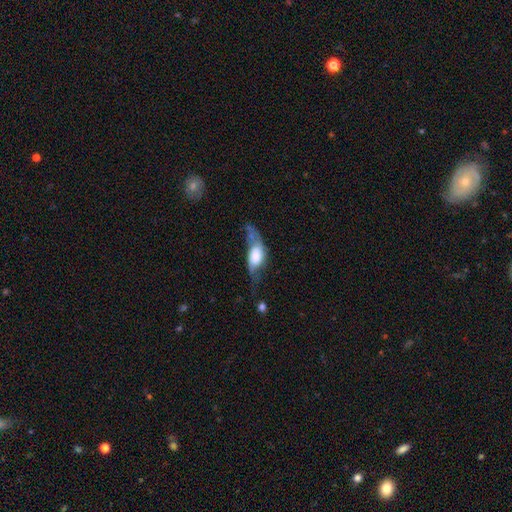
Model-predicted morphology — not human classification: This is possibly a smooth galaxy (51%). How rounded: likely in between (79%). Merging: marginally major disturbance (37%).